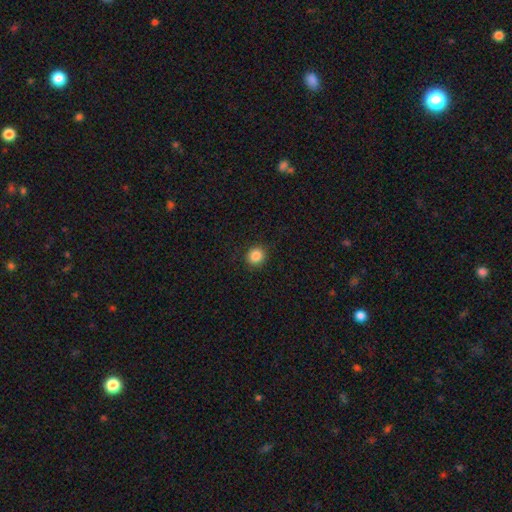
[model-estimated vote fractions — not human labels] Q: Smooth or featured?
A: smooth (87%); runner-up: star or artifact (10%)
Q: How rounded?
A: round (90%); runner-up: in between (9%)
Q: Merging?
A: none (91%); runner-up: minor disturbance (6%)